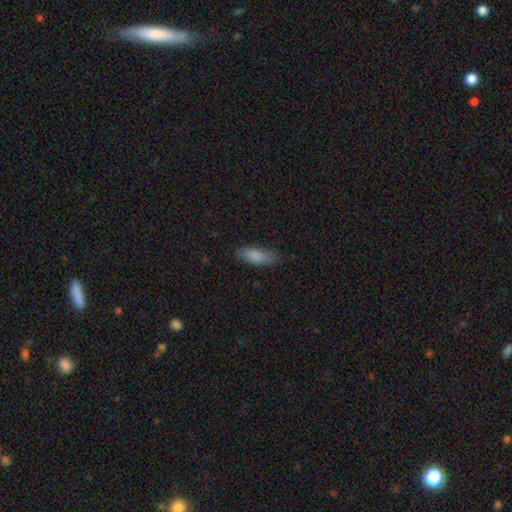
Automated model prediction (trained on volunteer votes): The model was most divided on "how rounded": in between: 67%, cigar-shaped: 31%, round: 2%. More confident: smooth or featured — smooth (86%); merging — none (80%).